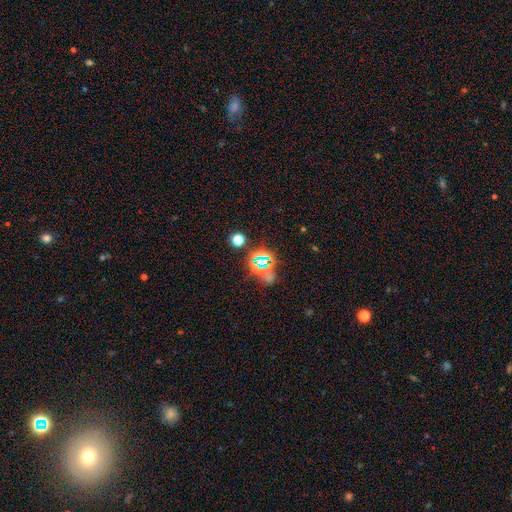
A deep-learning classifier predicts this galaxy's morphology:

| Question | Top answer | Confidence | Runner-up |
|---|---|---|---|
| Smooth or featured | star or artifact | 66% | smooth (23%) |